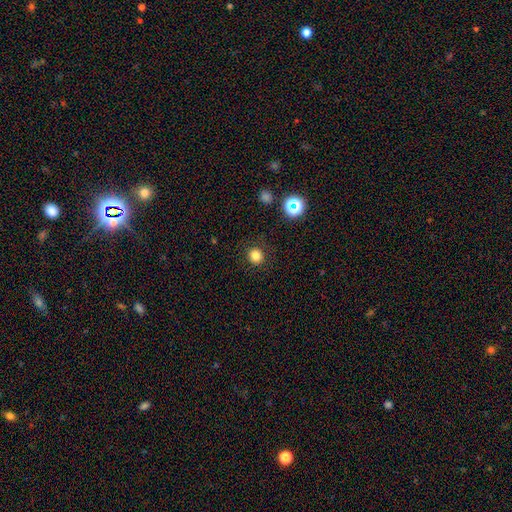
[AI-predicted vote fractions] Smooth or featured?
  - smooth: 80% *
  - star or artifact: 14%
  - featured or disk: 5%
How rounded?
  - round: 92% *
  - in between: 7%
  - cigar-shaped: 1%
Merging?
  - none: 89% *
  - minor disturbance: 6%
  - major disturbance: 3%
  - merger: 1%